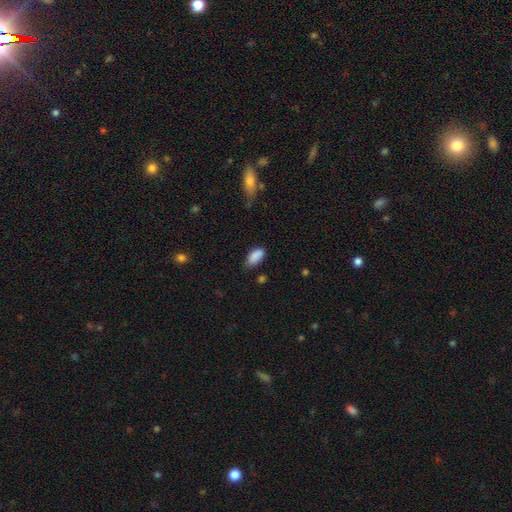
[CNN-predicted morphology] Smooth or featured?
  - smooth: 88% *
  - star or artifact: 7%
  - featured or disk: 5%
How rounded?
  - in between: 90% *
  - cigar-shaped: 7%
  - round: 3%
Merging?
  - none: 63% *
  - minor disturbance: 29%
  - major disturbance: 5%
  - merger: 2%